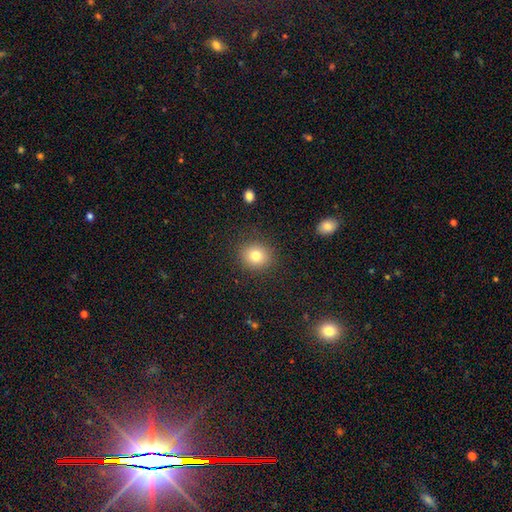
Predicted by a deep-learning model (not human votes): Morphology: type=smooth (80%); roundness=round (77%); merging=none (88%).